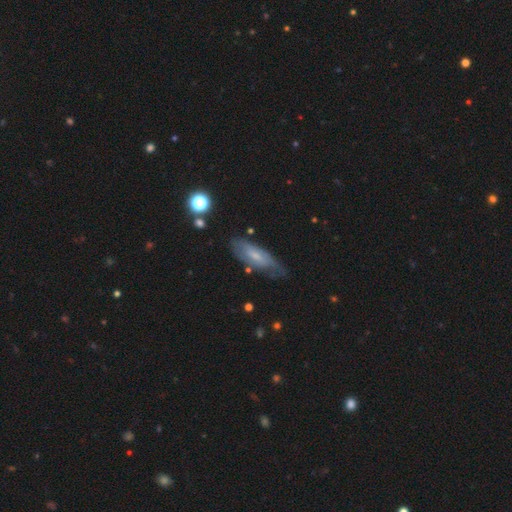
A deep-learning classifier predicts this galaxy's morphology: Overall: featured or disk (47%; smooth 46%). Merging: none (66%).